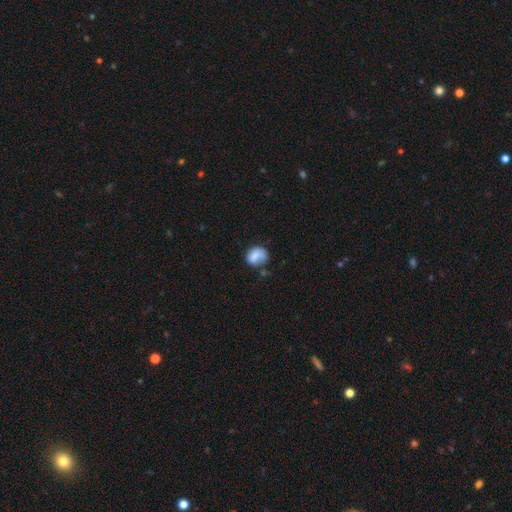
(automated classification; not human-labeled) This appears to be a smooth galaxy with no disk features (74%) that is round (57%). Merging: none (48%).